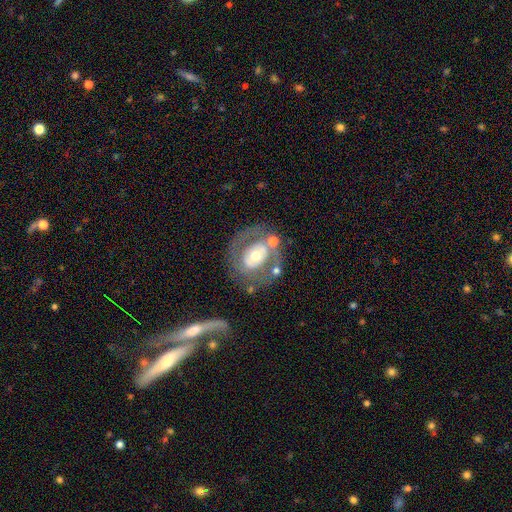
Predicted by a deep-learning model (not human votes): A featured or disk galaxy (65%) with no bar (68%), no spiral arms (62%) and a moderate central bulge (63%).

Vote fractions:
- Smooth or featured? featured or disk: 65% / smooth: 28% / star or artifact: 7%
- Edge-on disk? no: 94% / yes: 6%
- Bar? no: 68% / weak: 20% / strong: 13%
- Spiral arms? no: 62% / yes: 38%
- Bulge size? moderate: 63% / small: 23% / large: 12% / dominant: 2% / none: 1%
- Merging? none: 62% / minor disturbance: 16% / major disturbance: 13% / merger: 8%